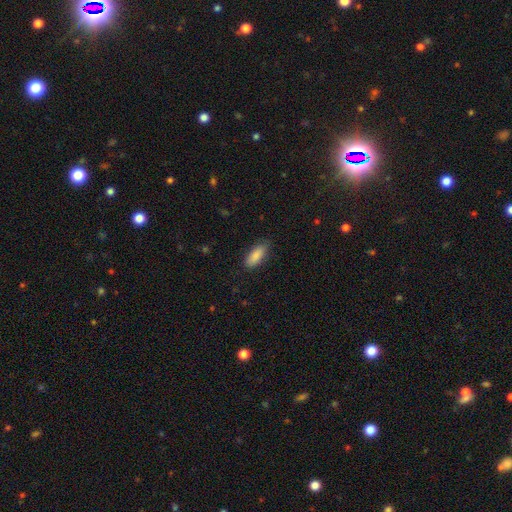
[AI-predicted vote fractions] A smooth galaxy with no disk features (88%) that is in between round and cigar-shaped (78%). Merging: none (83%).